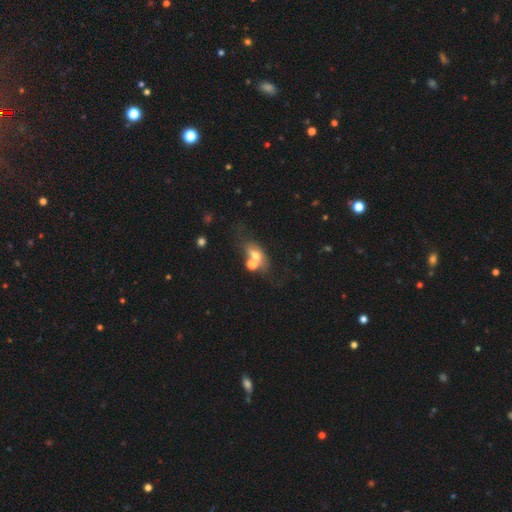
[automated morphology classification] The model was most divided on "merging": none: 41%, merger: 32%, minor disturbance: 16%, major disturbance: 12%. More confident: how rounded — in between (70%); smooth or featured — smooth (54%).